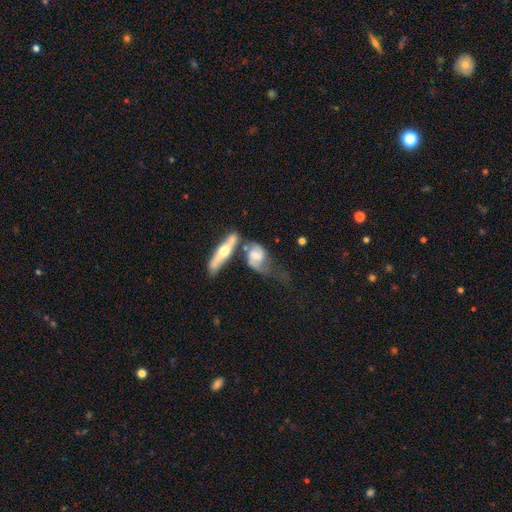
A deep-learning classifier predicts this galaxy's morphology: featured or disk 62%, smooth 31%, star or artifact 6%. Down the decision tree: edge-on disk — no (75%); merging — merger (36%).